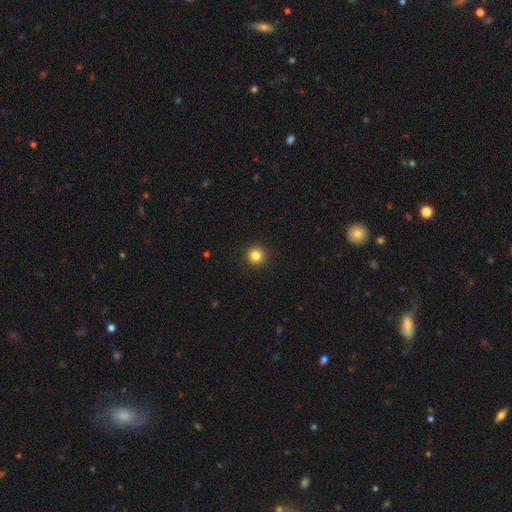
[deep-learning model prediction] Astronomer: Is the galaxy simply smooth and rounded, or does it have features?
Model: smooth — 83%.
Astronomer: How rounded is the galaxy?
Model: round — 96%.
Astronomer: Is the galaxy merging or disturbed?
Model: none — 93%.